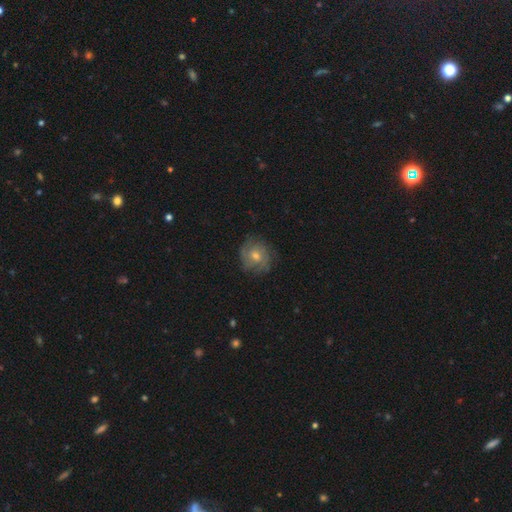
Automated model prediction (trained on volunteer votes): This appears to be a featured or disk galaxy (57%) with no bar (74%), spiral arms (82%) and a moderate central bulge (63%). Merging: none (77%).